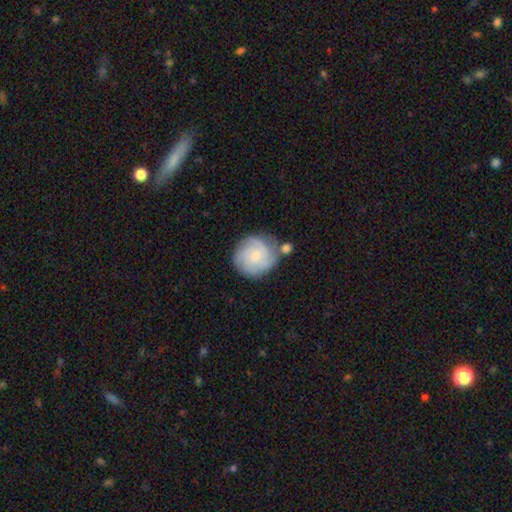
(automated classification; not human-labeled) featured or disk 61%, smooth 32%, star or artifact 7%. Down the decision tree: edge-on disk — no (98%); bar — no (70%); spiral arms — yes (92%); spiral arm count — can't tell (28%); spiral winding — tight (62%); bulge size — small (65%); merging — none (62%).